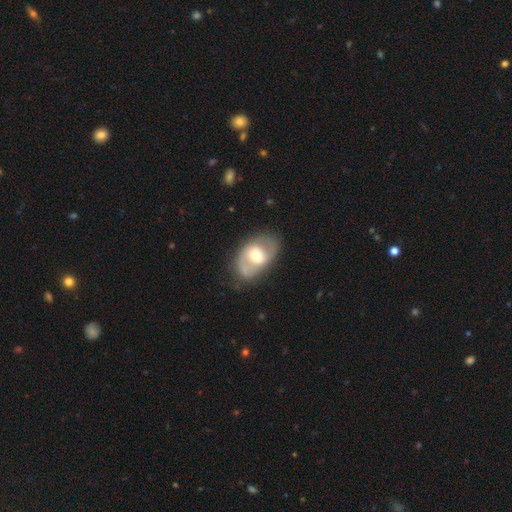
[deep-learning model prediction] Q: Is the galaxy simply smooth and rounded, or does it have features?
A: featured or disk — 58%.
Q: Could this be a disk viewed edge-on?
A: no — 94%.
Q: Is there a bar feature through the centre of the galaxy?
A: no — 48%.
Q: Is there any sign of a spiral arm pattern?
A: yes — 60%.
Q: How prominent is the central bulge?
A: moderate — 66%.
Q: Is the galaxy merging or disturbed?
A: none — 71%.